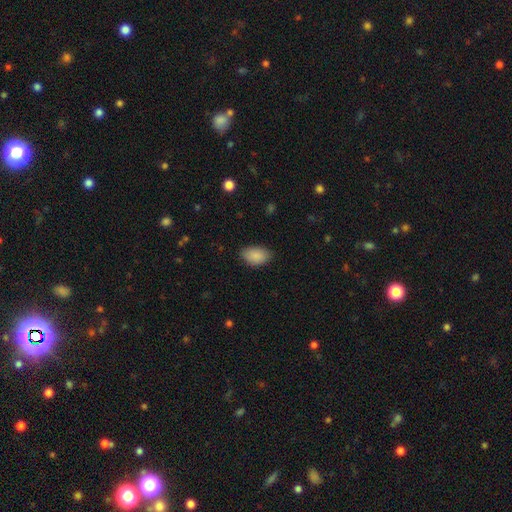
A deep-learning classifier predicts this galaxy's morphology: Overall: smooth (89%). How rounded: in between (91%). Merging: none (81%).